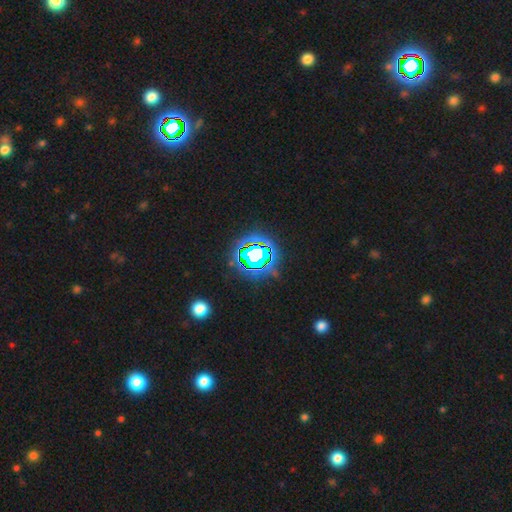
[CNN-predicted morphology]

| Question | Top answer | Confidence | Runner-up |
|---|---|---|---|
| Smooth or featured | star or artifact | 70% | smooth (17%) |